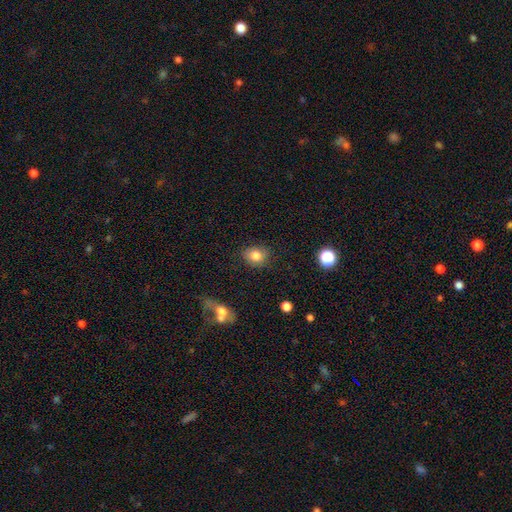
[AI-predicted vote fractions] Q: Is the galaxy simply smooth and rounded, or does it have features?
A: smooth — 82%.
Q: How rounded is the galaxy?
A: round — 61%.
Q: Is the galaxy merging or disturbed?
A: none — 81%.